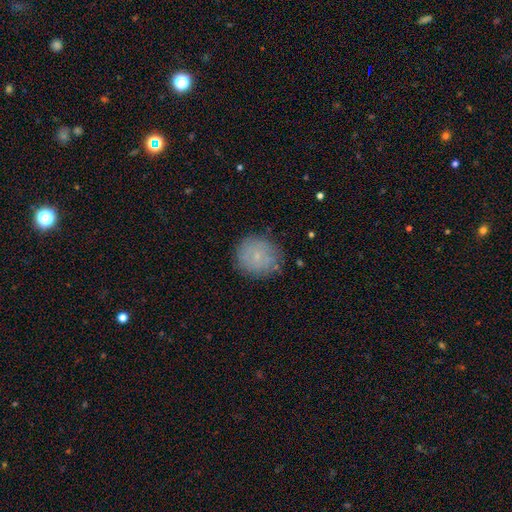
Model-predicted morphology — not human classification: A smooth galaxy with no disk features (62%) that is round (84%). Merging: none (81%).